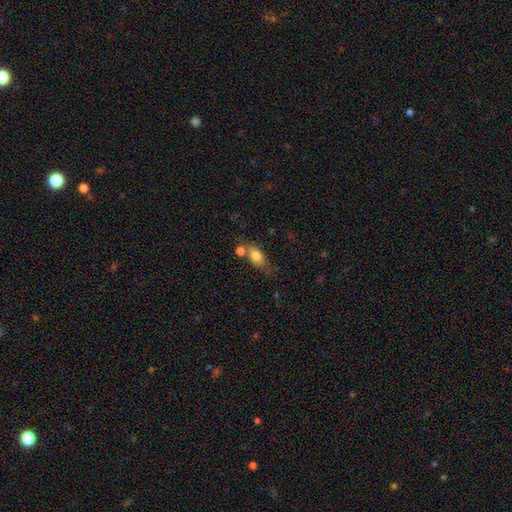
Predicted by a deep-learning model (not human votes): Smooth or featured?
  - smooth: 79% *
  - featured or disk: 13%
  - star or artifact: 8%
How rounded?
  - in between: 80% *
  - round: 10%
  - cigar-shaped: 9%
Merging?
  - none: 47% *
  - merger: 26%
  - minor disturbance: 20%
  - major disturbance: 7%